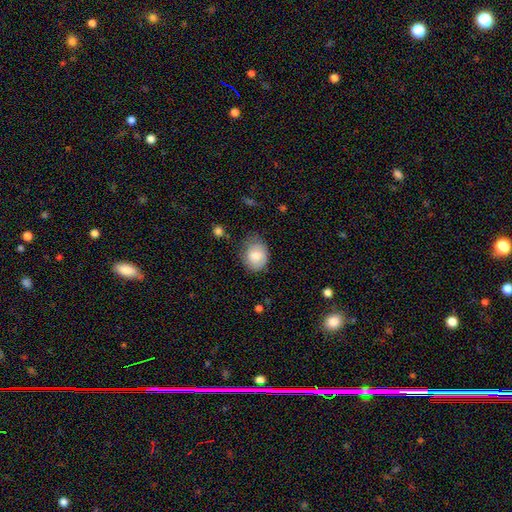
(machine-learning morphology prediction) A smooth galaxy with no disk features (77%) that is round (51%).

Vote fractions:
- Smooth or featured? smooth: 77% / featured or disk: 15% / star or artifact: 7%
- How rounded? round: 51% / in between: 48% / cigar-shaped: 1%
- Merging? none: 64% / minor disturbance: 27% / major disturbance: 7% / merger: 2%